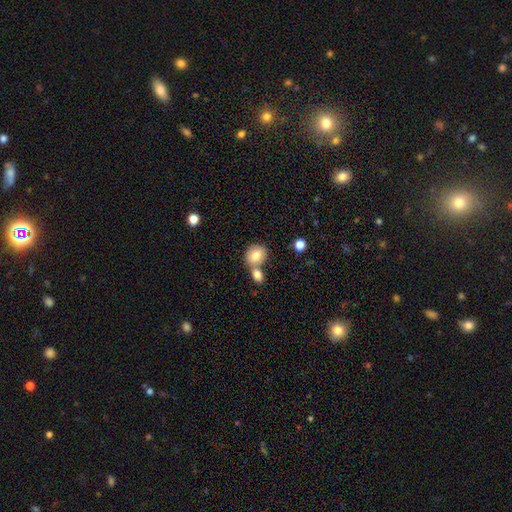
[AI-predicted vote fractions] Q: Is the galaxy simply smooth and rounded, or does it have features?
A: smooth — 79%.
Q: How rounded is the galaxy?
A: round — 65%.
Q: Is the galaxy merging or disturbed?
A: none — 45%.